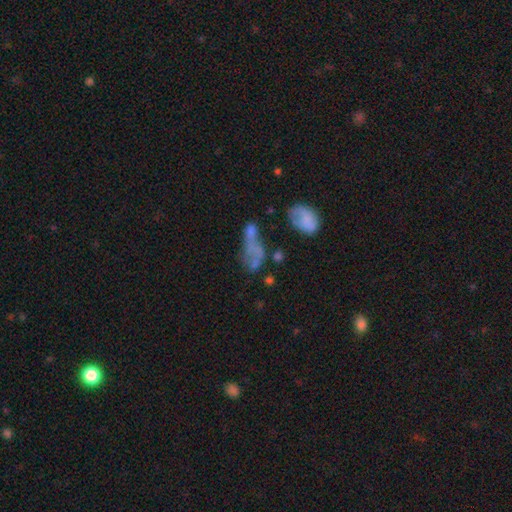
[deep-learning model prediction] smooth-or-featured: smooth: 49% | featured or disk: 34% | star or artifact: 17%
  merging: merger: 31% (tied) | major disturbance: 31% (tied) | none: 23% | minor disturbance: 15%